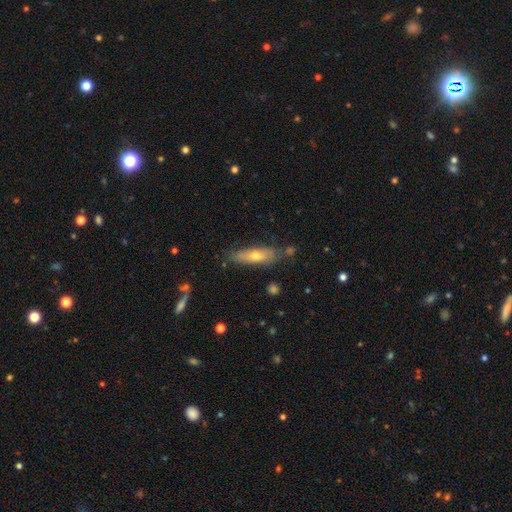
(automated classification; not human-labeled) Smooth or featured? Predicted: smooth (p=0.53). How rounded? Predicted: cigar-shaped (p=0.63). Merging? Predicted: none (p=0.72).